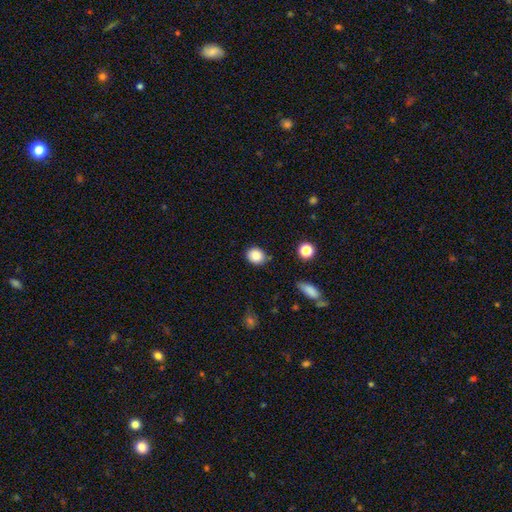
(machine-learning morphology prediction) Smooth or featured?
  - smooth: 86% *
  - star or artifact: 9%
  - featured or disk: 4%
How rounded?
  - round: 71% *
  - in between: 28%
  - cigar-shaped: 1%
Merging?
  - none: 77% *
  - minor disturbance: 16%
  - major disturbance: 3%
  - merger: 3%